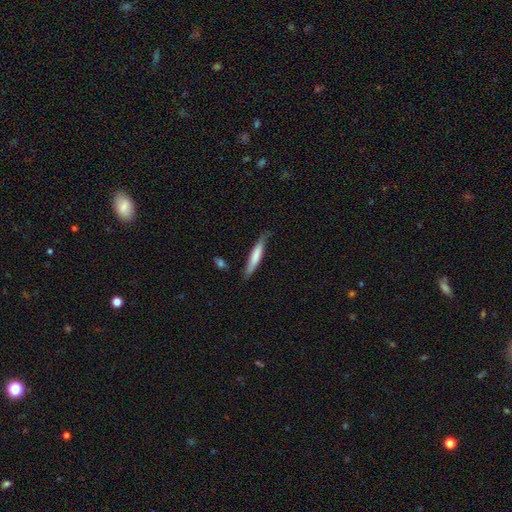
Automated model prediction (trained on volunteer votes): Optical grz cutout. It shows a smooth galaxy with no disk features (70%) that is cigar-shaped (89%). Merging: none (65%).